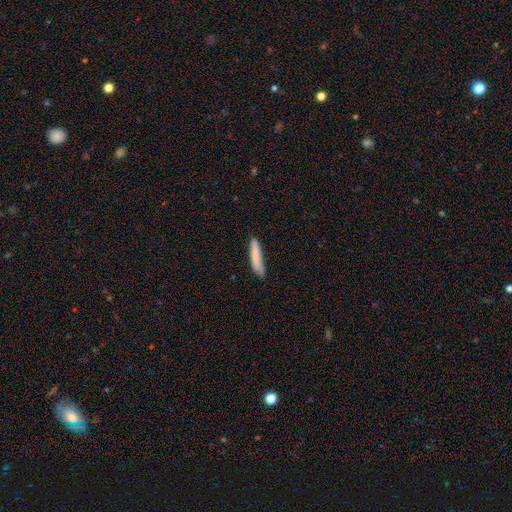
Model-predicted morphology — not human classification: Overall: smooth (80%). How rounded: cigar-shaped (89%). Merging: none (75%).